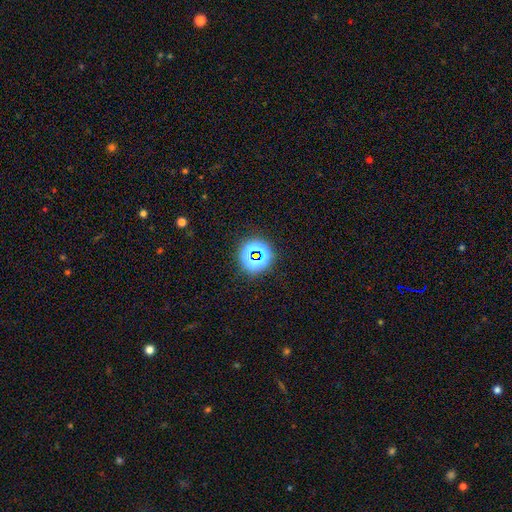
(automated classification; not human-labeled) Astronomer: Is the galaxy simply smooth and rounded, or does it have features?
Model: star or artifact — 64%.